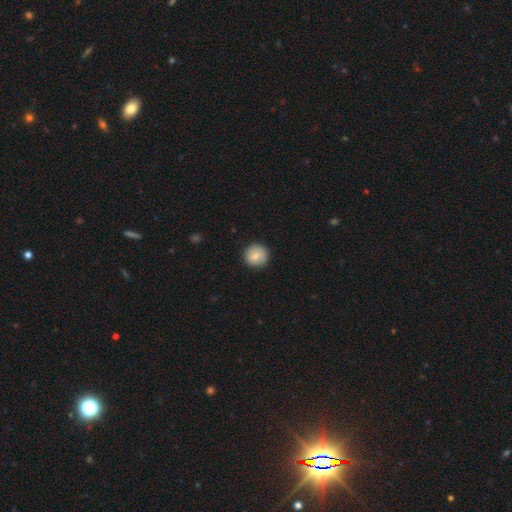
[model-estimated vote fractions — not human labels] Smooth or featured? Predicted: smooth (p=0.79). How rounded? Predicted: round (p=0.94). Merging? Predicted: none (p=0.89).